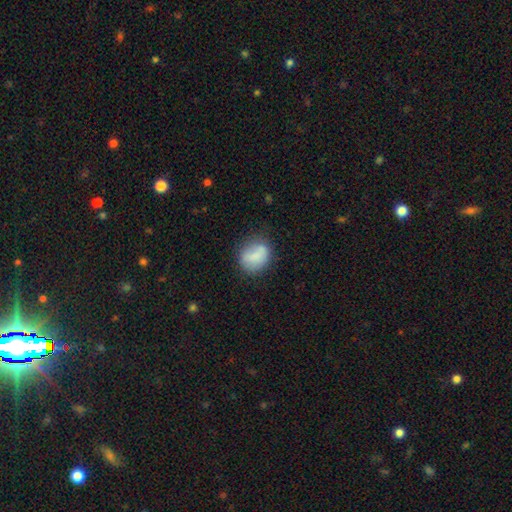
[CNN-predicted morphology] A smooth galaxy with no disk features (76%) that is round (57%). Merging: none (58%).